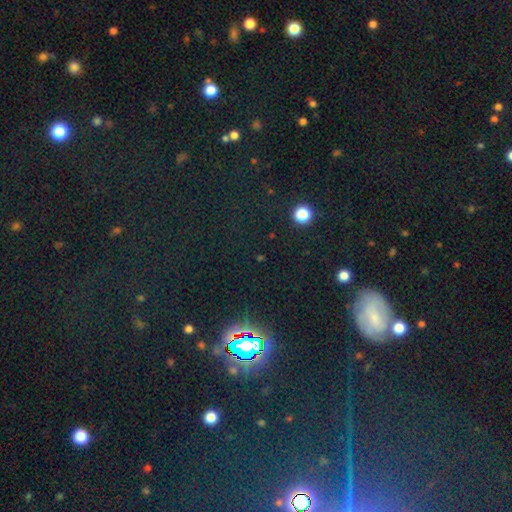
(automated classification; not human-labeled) smooth_or_featured: star or artifact (p=0.71) [alt: smooth p=0.18]